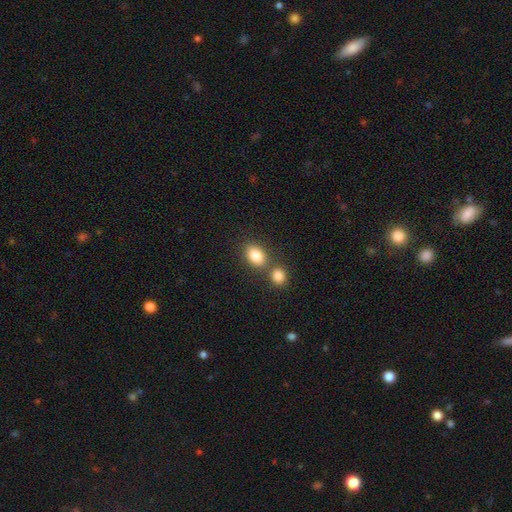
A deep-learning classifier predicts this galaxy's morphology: The model was most divided on "merging": none: 56%, merger: 31%, minor disturbance: 10%, major disturbance: 3%. More confident: smooth or featured — smooth (84%); how rounded — in between (74%).